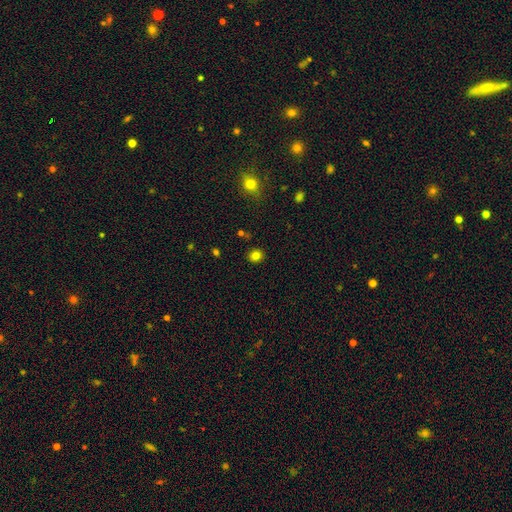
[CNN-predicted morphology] Smooth or featured? Predicted: smooth (p=0.81). How rounded? Predicted: round (p=0.83). Merging? Predicted: none (p=0.89).